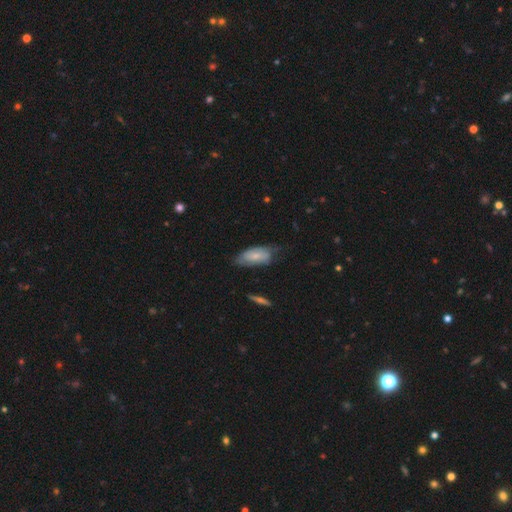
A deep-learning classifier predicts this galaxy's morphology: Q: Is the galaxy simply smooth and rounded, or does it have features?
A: smooth — 61%.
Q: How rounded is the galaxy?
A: in between — 87%.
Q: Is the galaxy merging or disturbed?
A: none — 51%.